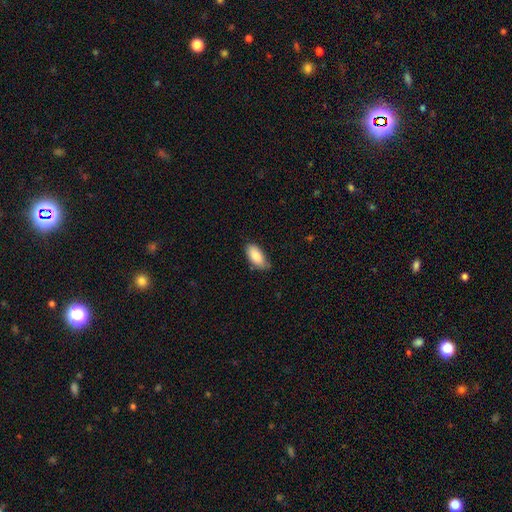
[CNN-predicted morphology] Q: Smooth or featured?
A: smooth (87%); runner-up: featured or disk (7%)
Q: How rounded?
A: in between (90%); runner-up: cigar-shaped (8%)
Q: Merging?
A: none (71%); runner-up: minor disturbance (25%)